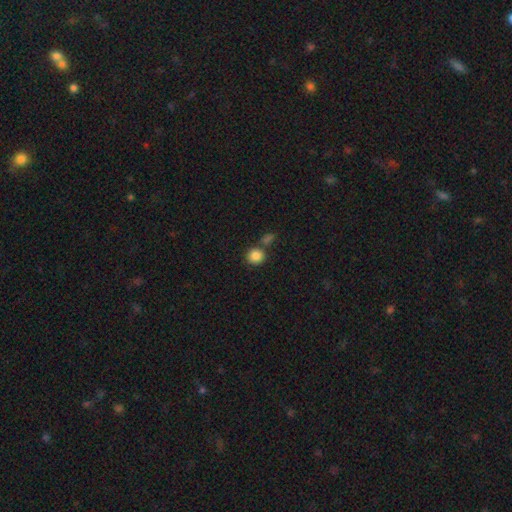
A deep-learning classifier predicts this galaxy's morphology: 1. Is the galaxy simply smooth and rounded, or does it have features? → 86% smooth, 9% star or artifact, 5% featured or disk.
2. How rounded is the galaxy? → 86% round, 13% in between, 1% cigar-shaped.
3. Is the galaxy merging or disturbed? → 66% none, 22% merger, 9% minor disturbance, 3% major disturbance.